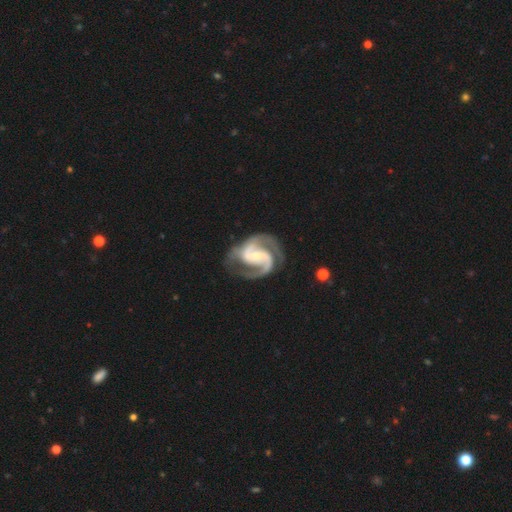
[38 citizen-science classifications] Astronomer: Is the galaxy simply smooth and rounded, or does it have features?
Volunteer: featured or disk — 89%.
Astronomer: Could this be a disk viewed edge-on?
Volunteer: no — 100%.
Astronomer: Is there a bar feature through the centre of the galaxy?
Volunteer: no — 38% (runner-up: strong, 32%).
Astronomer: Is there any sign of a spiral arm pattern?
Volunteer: yes — 100%.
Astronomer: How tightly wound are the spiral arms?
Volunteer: medium — 68%.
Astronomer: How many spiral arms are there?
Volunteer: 2 — 91%.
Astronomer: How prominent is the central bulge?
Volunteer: small — 65%.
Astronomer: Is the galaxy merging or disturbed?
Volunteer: none — 62%.